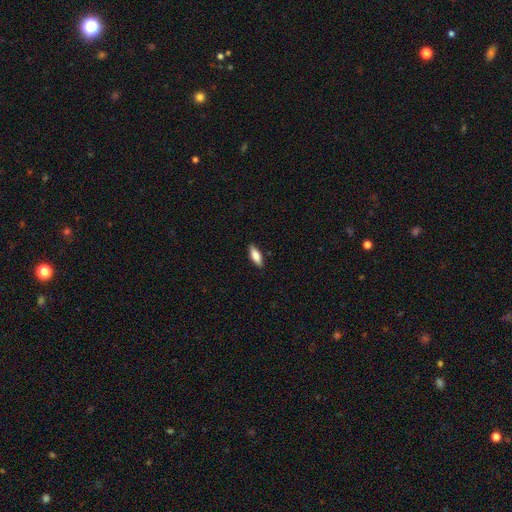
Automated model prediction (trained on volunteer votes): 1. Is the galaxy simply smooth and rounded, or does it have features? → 79% smooth, 15% featured or disk, 6% star or artifact.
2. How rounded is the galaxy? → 67% in between, 31% cigar-shaped, 2% round.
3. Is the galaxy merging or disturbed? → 88% none, 9% minor disturbance, 2% major disturbance, 1% merger.